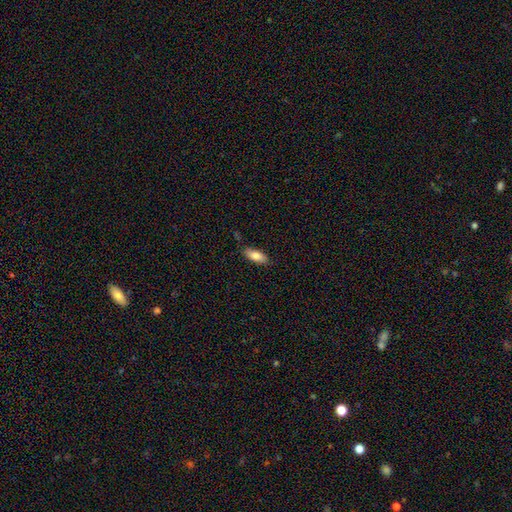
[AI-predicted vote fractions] smooth_or_featured: smooth (p=0.82) [alt: featured or disk p=0.11]
how_rounded: in between (p=0.82) [alt: cigar-shaped p=0.16]
merging: none (p=0.81) [alt: minor disturbance p=0.15]